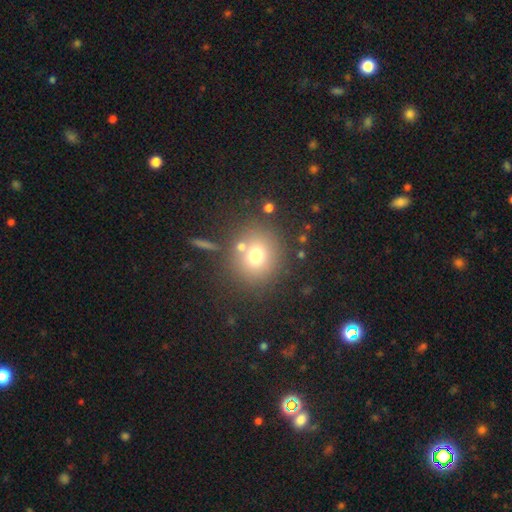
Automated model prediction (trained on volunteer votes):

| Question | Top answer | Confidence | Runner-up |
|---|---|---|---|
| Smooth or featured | smooth | 70% | star or artifact (16%) |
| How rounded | round | 87% | in between (12%) |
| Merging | none | 74% | merger (12%) |